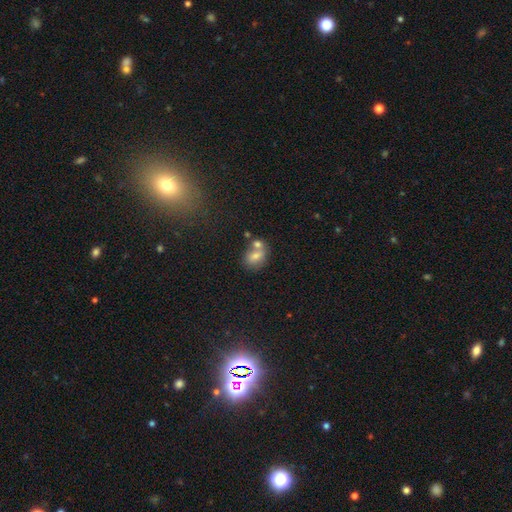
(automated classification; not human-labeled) Smooth or featured: smooth — 71% (featured or disk — 18%)
How rounded: in between — 59% (round — 39%)
Merging: merger — 44% (none — 41%)